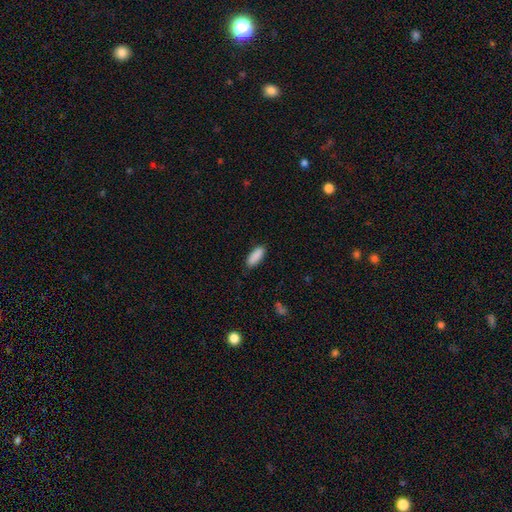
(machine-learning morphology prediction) smooth_or_featured: smooth (p=0.90) [alt: star or artifact p=0.06]
how_rounded: in between (p=0.76) [alt: cigar-shaped p=0.23]
merging: none (p=0.85) [alt: minor disturbance p=0.12]